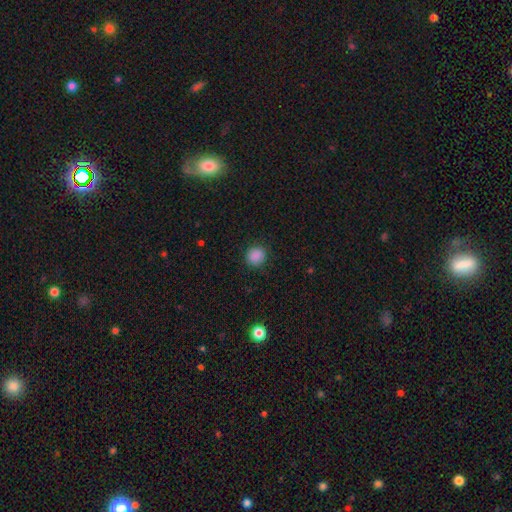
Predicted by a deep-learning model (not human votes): Morphology: type=smooth (87%); roundness=round (82%); merging=none (88%).